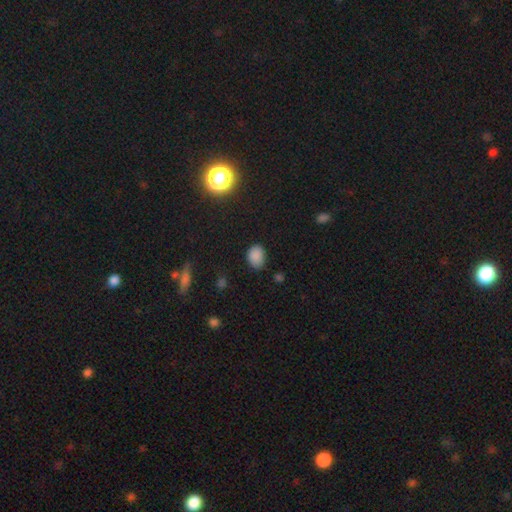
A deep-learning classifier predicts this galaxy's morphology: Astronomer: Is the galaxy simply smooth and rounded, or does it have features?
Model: smooth — 85%.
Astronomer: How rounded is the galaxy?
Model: in between — 66%.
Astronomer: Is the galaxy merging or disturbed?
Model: none — 77%.